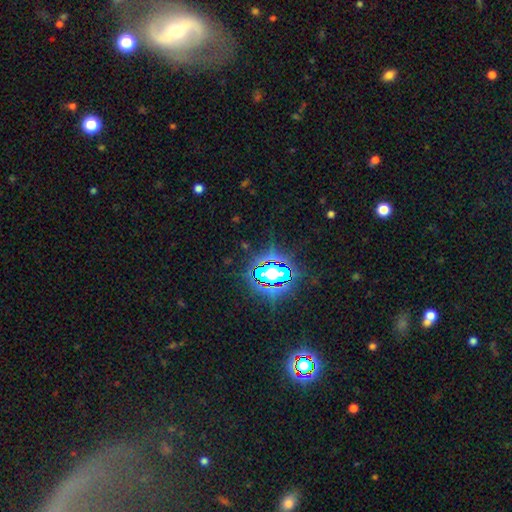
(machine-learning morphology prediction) Smooth or featured? Predicted: star or artifact (p=0.81).